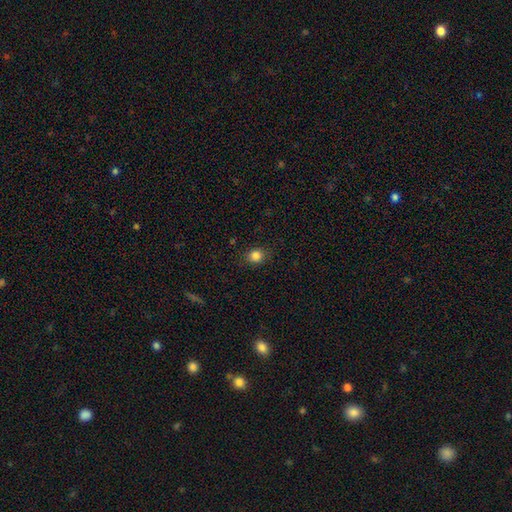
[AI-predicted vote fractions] This is clearly a smooth galaxy (83%). How rounded: likely round (73%). Merging: clearly none (86%).